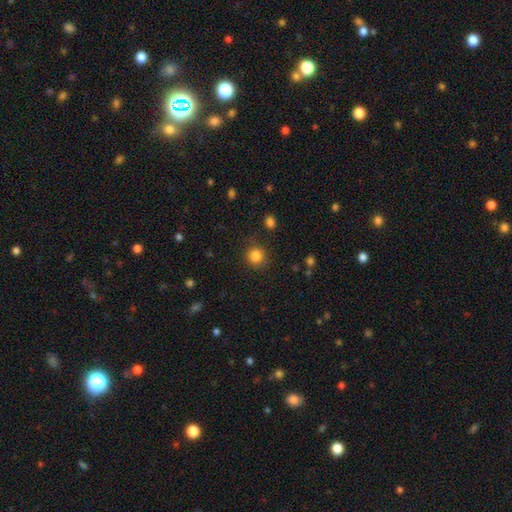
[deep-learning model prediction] This is clearly a smooth galaxy (84%). How rounded: clearly round (93%). Merging: clearly none (86%).